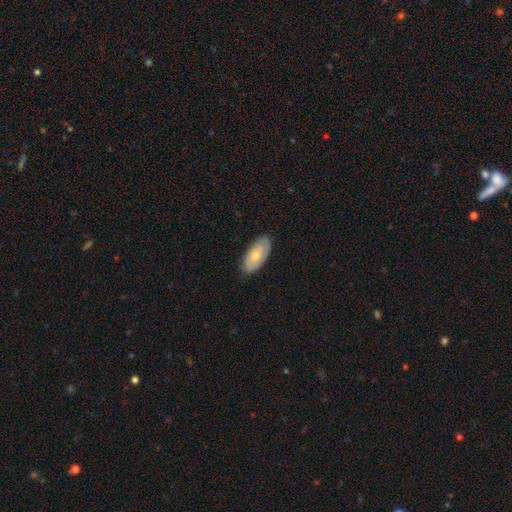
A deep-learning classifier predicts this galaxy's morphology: Smooth or featured? smooth (64%)
How rounded? in between (92%)
Merging? none (82%)